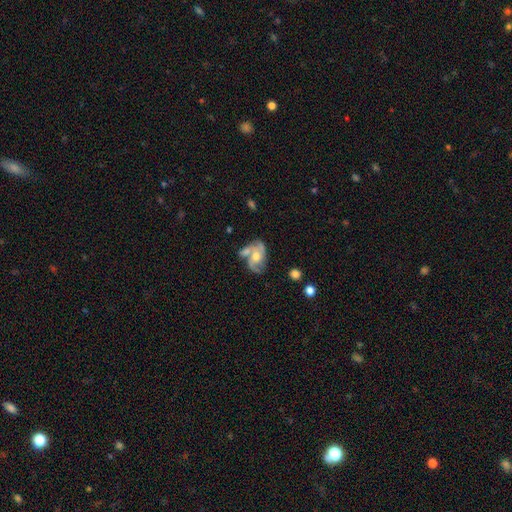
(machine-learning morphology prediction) featured or disk 74%, smooth 19%, star or artifact 7%. Down the decision tree: edge-on disk — no (97%); bar — no (71%); spiral arms — yes (87%); spiral arm count — 2 (47%); spiral winding — medium (48%); bulge size — moderate (66%); merging — none (35%).